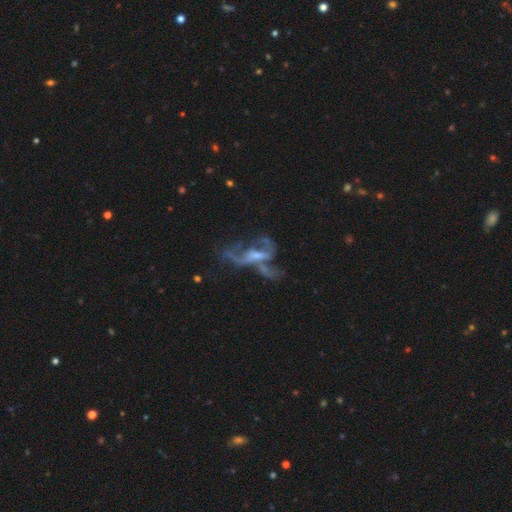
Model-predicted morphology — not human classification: smooth_or_featured: featured or disk (p=0.70) [alt: smooth p=0.16]
disk_edge_on: no (p=0.89) [alt: yes p=0.11]
bar: no (p=0.55) [alt: weak p=0.31]
has_spiral_arms: yes (p=0.52) [alt: no p=0.48]
bulge_size: small (p=0.37) [alt: moderate p=0.35]
merging: major disturbance (p=0.33) [alt: merger p=0.31]